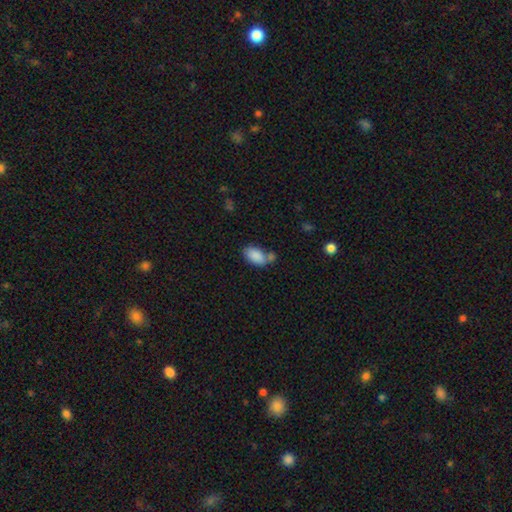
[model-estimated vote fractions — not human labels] Smooth or featured? smooth (86%)
How rounded? in between (92%)
Merging? none (48%)